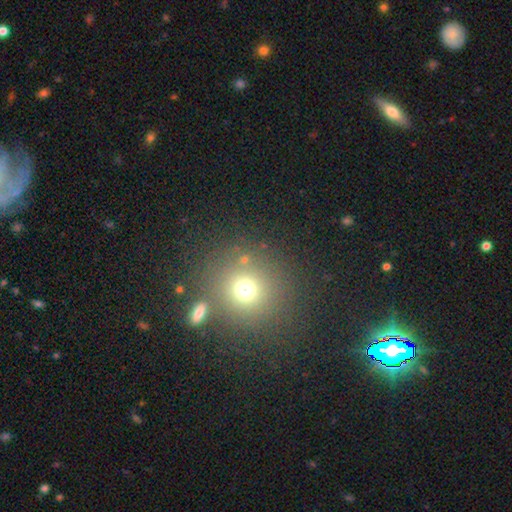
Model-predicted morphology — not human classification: This is possibly a smooth galaxy (49%). Merging: clearly none (83%).